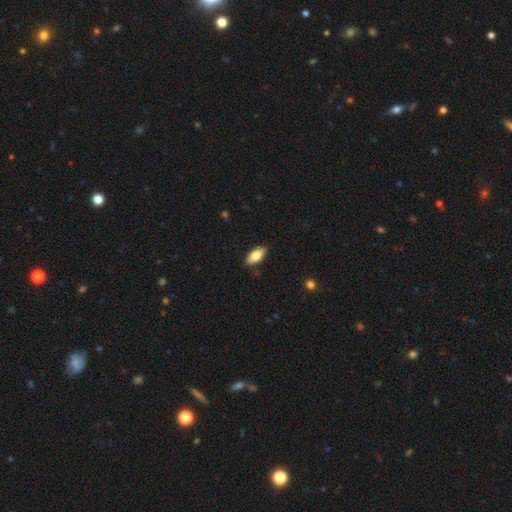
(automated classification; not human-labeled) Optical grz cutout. It shows a smooth galaxy with no disk features (76%) that is in between round and cigar-shaped (87%). Merging: none (89%).